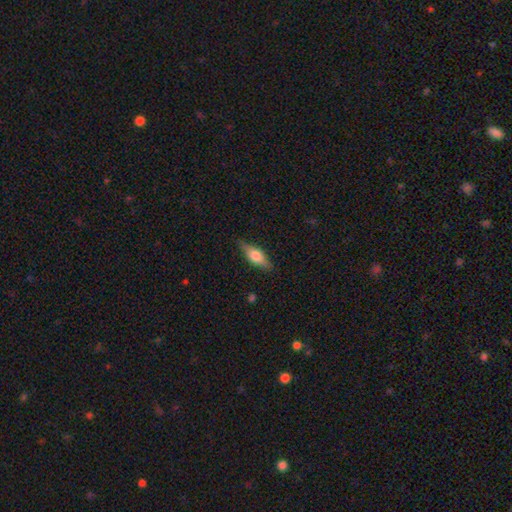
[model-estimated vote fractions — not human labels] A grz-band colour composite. It shows a featured or disk galaxy (47%). Merging: none (84%).